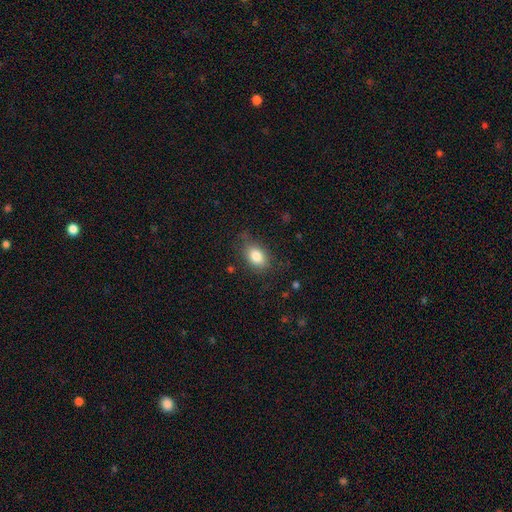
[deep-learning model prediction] Morphology: type=smooth (82%); roundness=in between (78%); merging=none (75%).